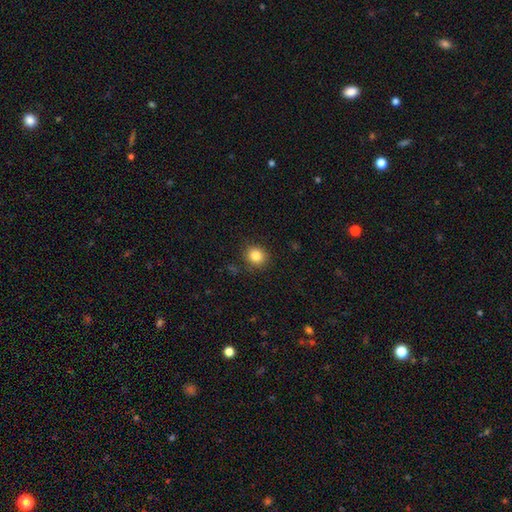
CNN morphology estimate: smooth 84%, star or artifact 11%, featured or disk 5%. Down the decision tree: how rounded — round (83%); merging — none (87%).